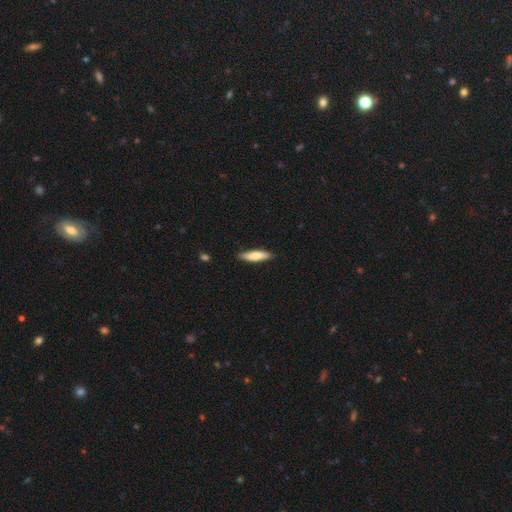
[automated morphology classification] Smooth or featured? Predicted: smooth (p=0.74). How rounded? Predicted: cigar-shaped (p=0.71). Merging? Predicted: none (p=0.85).